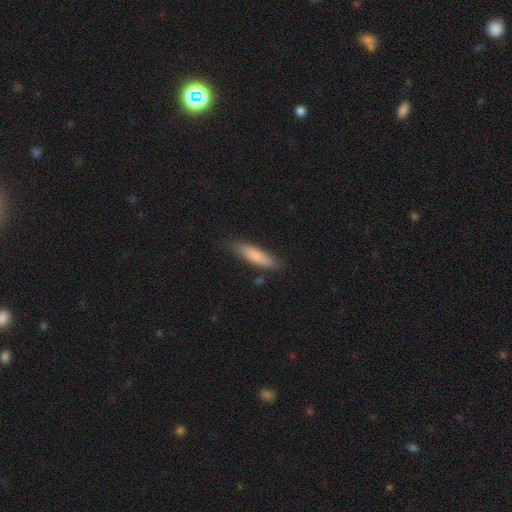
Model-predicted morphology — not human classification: A smooth galaxy with no disk features (82%) that is cigar-shaped (70%).

Vote fractions:
- Smooth or featured? smooth: 82% / featured or disk: 12% / star or artifact: 6%
- How rounded? cigar-shaped: 70% / in between: 29% / round: 1%
- Merging? none: 80% / minor disturbance: 15% / major disturbance: 3% / merger: 2%